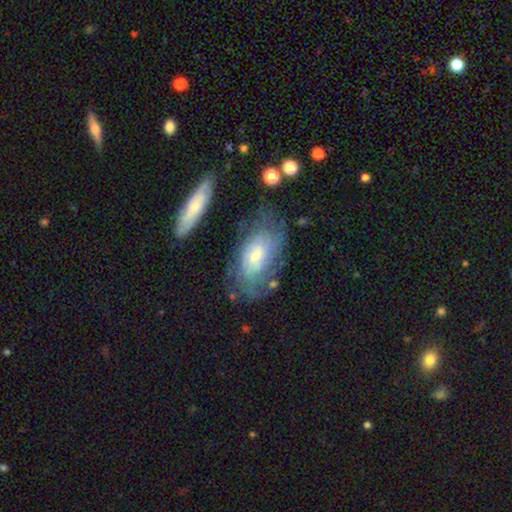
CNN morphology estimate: type=featured or disk (69%); edge-on=no (92%); bar=no (75%); spiral arms=yes (82%); winding=tight (63%); arm count=can't tell (61%); bulge=small (66%); merging=none (61%).